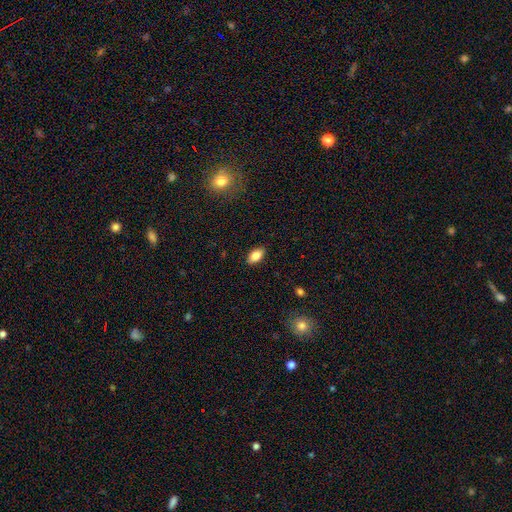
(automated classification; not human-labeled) The model was most divided on "smooth or featured": smooth: 82%, featured or disk: 10%, star or artifact: 8%. More confident: how rounded — in between (92%); merging — none (88%).